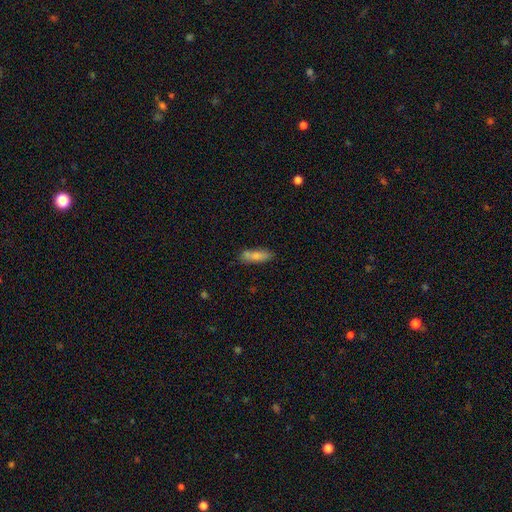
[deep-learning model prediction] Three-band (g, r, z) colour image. It shows a smooth galaxy with no disk features (80%) that is in between round and cigar-shaped (49%, tied with cigar-shaped). Merging: none (67%).